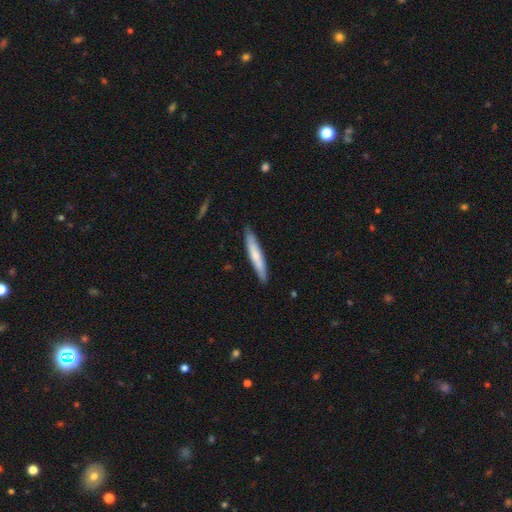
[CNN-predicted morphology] This is likely a smooth galaxy (67%). How rounded: clearly cigar-shaped (93%). Merging: clearly none (89%).